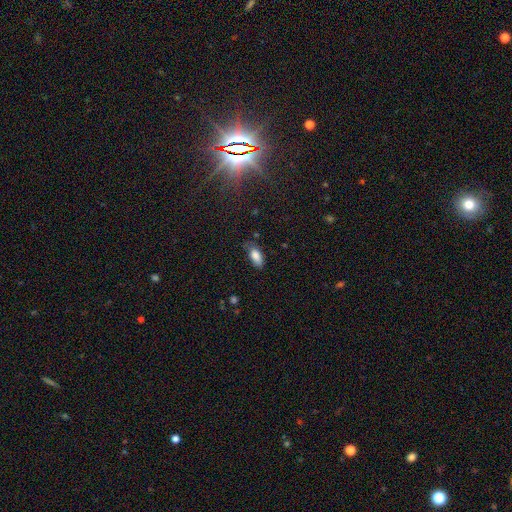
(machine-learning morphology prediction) Smooth or featured? Predicted: smooth (p=0.84). How rounded? Predicted: in between (p=0.89). Merging? Predicted: none (p=0.60).